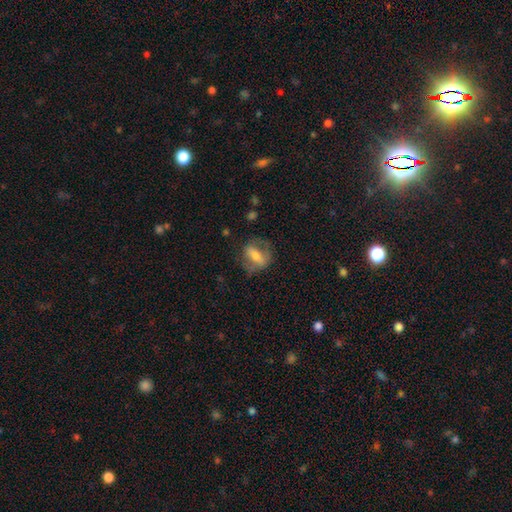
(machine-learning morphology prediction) This appears to be a smooth galaxy with no disk features (47%). Merging: none (59%).